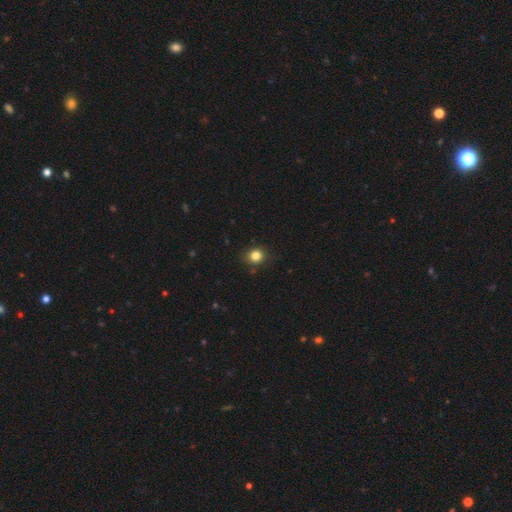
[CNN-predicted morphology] A smooth galaxy with no disk features (83%) that is round (76%).

Vote fractions:
- Smooth or featured? smooth: 83% / star or artifact: 11% / featured or disk: 5%
- How rounded? round: 76% / in between: 23% / cigar-shaped: 1%
- Merging? none: 82% / minor disturbance: 13% / major disturbance: 3% / merger: 2%